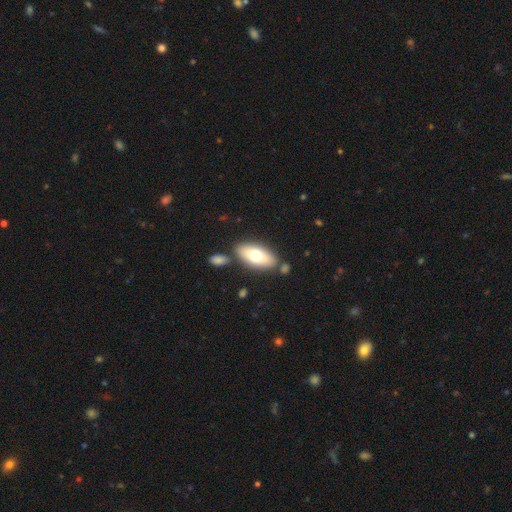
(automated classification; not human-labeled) Smooth or featured? Predicted: smooth (p=0.68). How rounded? Predicted: in between (p=0.88). Merging? Predicted: none (p=0.76).